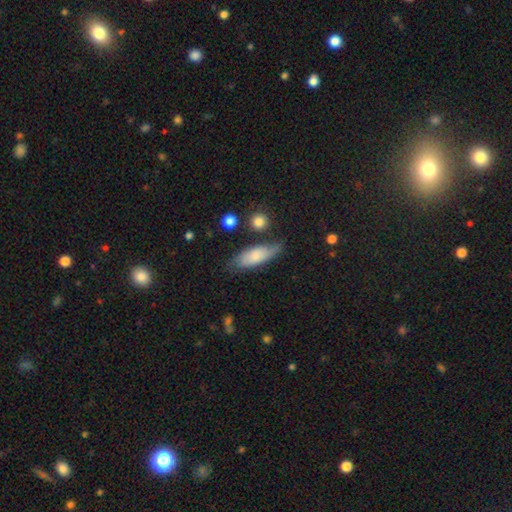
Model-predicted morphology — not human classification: Q: Smooth or featured?
A: smooth (72%); runner-up: featured or disk (21%)
Q: How rounded?
A: in between (67%); runner-up: cigar-shaped (31%)
Q: Merging?
A: none (63%); runner-up: minor disturbance (26%)